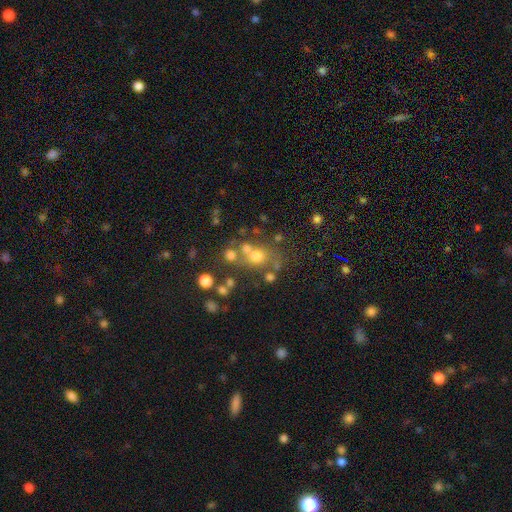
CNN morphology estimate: Smooth or featured?
  - smooth: 58% *
  - star or artifact: 23%
  - featured or disk: 19%
How rounded?
  - round: 75% *
  - in between: 24%
  - cigar-shaped: 1%
Merging?
  - none: 55% *
  - merger: 26%
  - minor disturbance: 11%
  - major disturbance: 7%